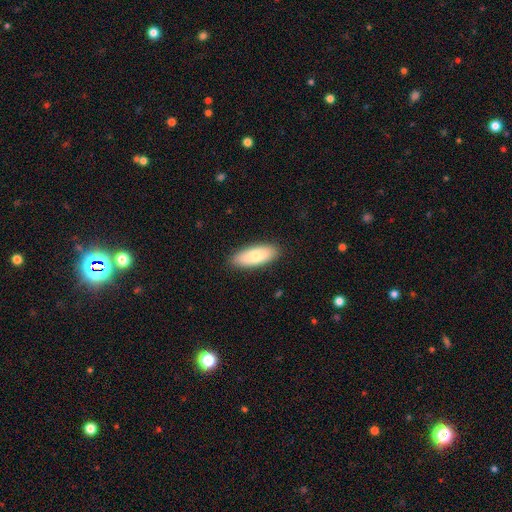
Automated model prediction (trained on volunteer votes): A smooth galaxy with no disk features (80%) that is in between round and cigar-shaped (75%). Merging: none (89%).